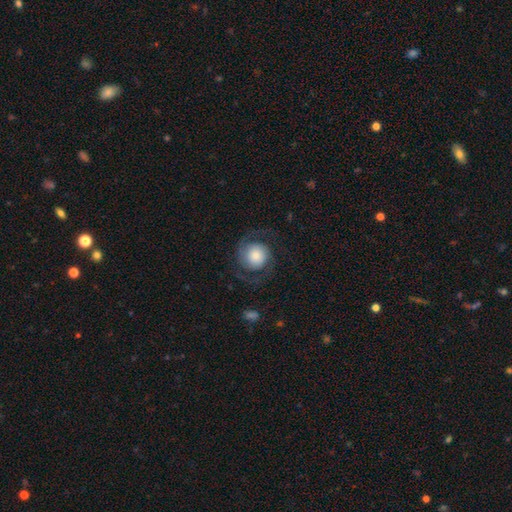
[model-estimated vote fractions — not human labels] Overall: featured or disk (71%). Edge-on disk: no (98%). Bar: no (76%). Spiral arms: yes (95%). Spiral arm count: 2 (92%). Spiral winding: medium (46%; loose 29%). Bulge size: large (30%; moderate 26%). Merging: none (75%).